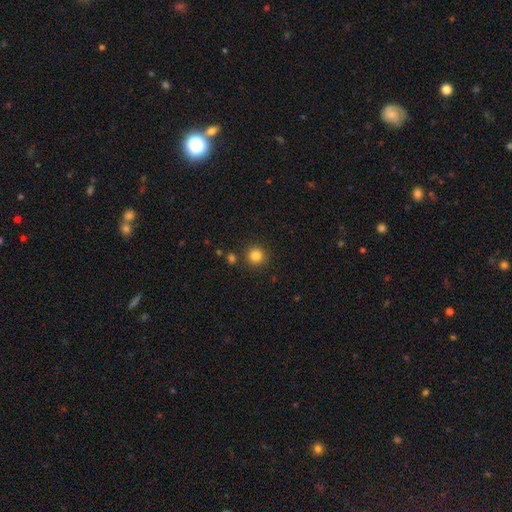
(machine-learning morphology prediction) The model was most divided on "smooth or featured": smooth: 83%, star or artifact: 12%, featured or disk: 5%. More confident: how rounded — round (93%); merging — none (87%).